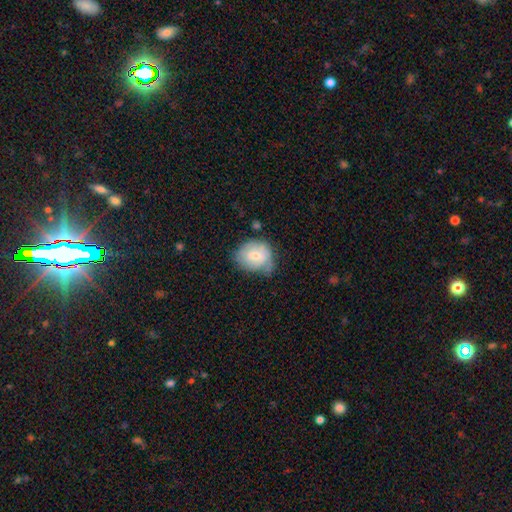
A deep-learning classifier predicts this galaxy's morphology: Smooth or featured: smooth — 62% (featured or disk — 31%)
How rounded: round — 60% (in between — 39%)
Merging: none — 47% (minor disturbance — 36%)